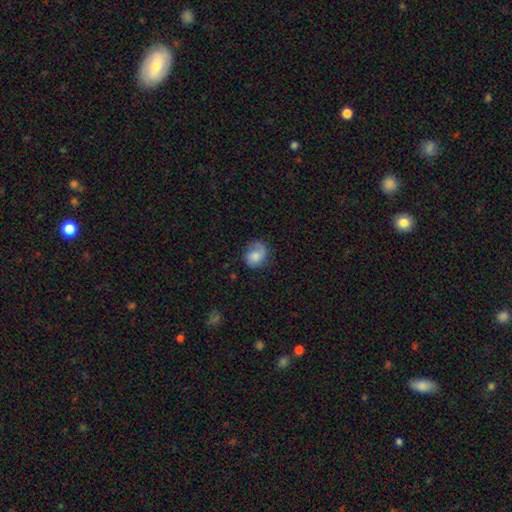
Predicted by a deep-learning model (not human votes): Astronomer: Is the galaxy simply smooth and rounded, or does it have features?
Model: smooth — 60%.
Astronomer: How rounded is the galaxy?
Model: round — 53% (runner-up: in between, 46%).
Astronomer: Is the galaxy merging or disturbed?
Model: none — 56%.